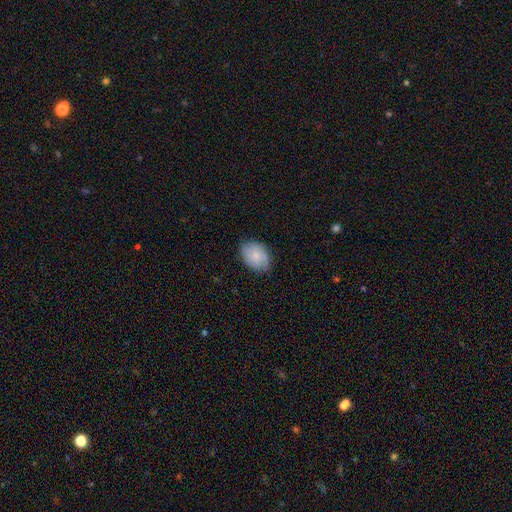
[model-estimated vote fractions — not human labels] Smooth or featured? Predicted: smooth (p=0.73). How rounded? Predicted: in between (p=0.74). Merging? Predicted: none (p=0.77).